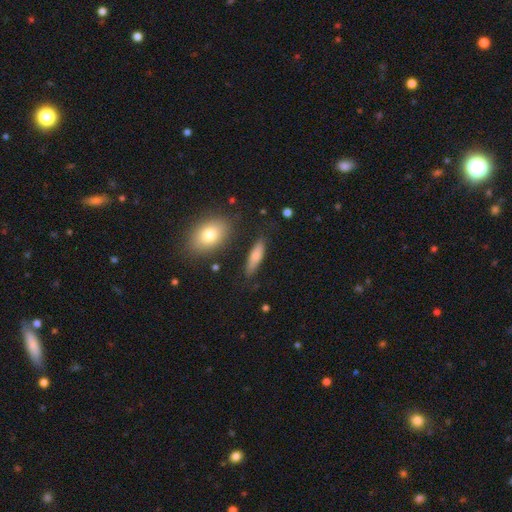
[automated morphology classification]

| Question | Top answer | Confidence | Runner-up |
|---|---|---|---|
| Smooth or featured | smooth | 77% | featured or disk (15%) |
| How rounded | cigar-shaped | 61% | in between (37%) |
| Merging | none | 80% | minor disturbance (13%) |